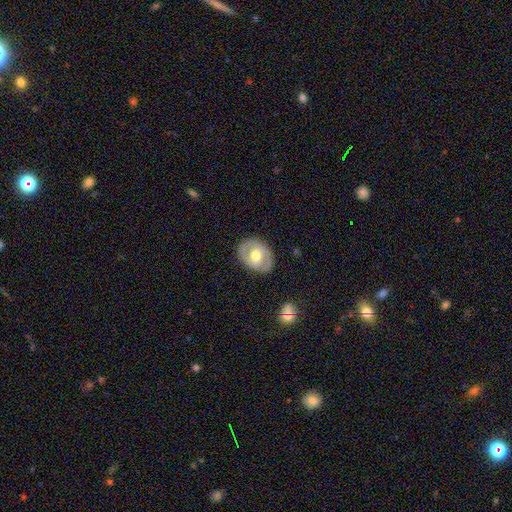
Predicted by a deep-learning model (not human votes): This is likely a featured or disk galaxy (63%). It is clearly not viewed edge-on (95%). Bar: possibly no (52%). Spiral arm pattern: possibly yes (57%). Central bulge: likely moderate (74%). Merging: clearly none (82%).